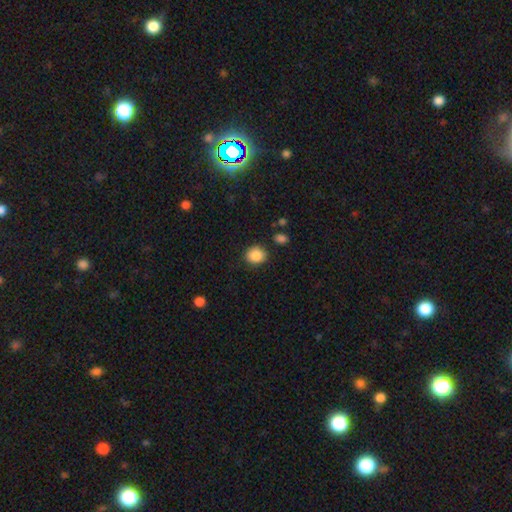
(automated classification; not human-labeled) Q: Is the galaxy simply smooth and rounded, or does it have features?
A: smooth — 87%.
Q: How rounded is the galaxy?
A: round — 70%.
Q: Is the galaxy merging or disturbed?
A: none — 82%.